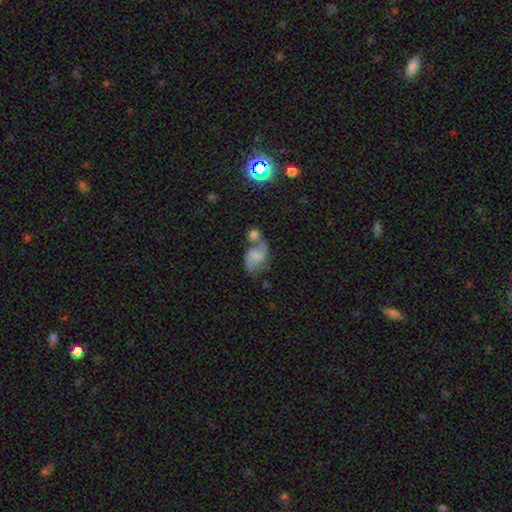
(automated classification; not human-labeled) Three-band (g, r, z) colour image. It shows a featured or disk galaxy (76%) with a weak bar (45%, tied with no), 2 (91%) loose (46%) spiral arms (94%) and a small central bulge (47%). Merging: none (40%).